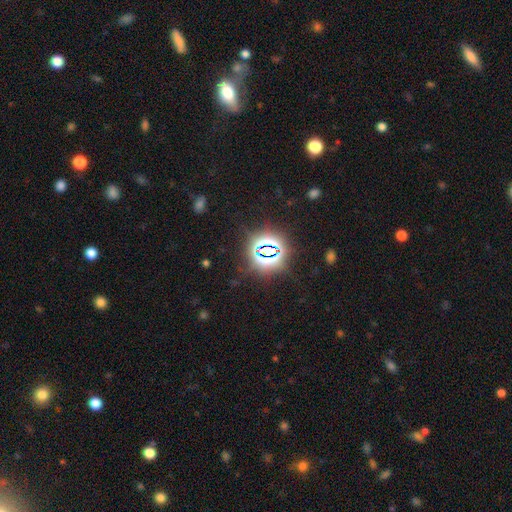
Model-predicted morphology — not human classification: This is likely a star or artifact rather than a galaxy (77%).